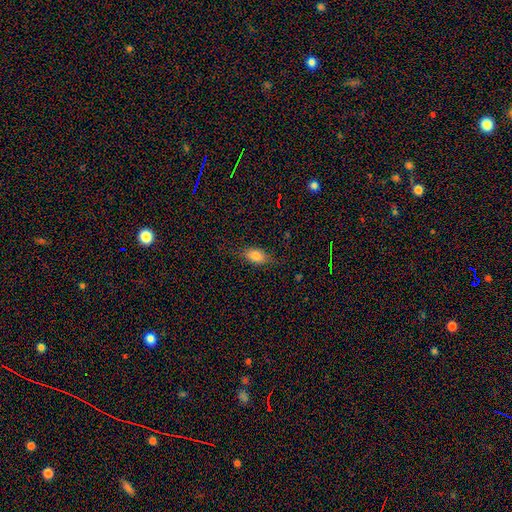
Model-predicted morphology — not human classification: Q: Smooth or featured?
A: smooth (76%); runner-up: featured or disk (15%)
Q: How rounded?
A: in between (83%); runner-up: round (9%)
Q: Merging?
A: none (74%); runner-up: minor disturbance (19%)